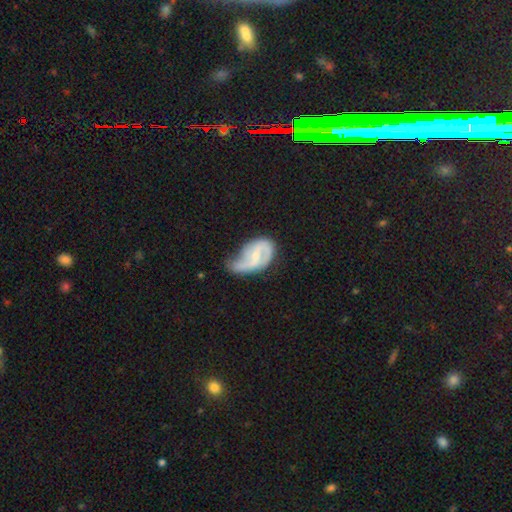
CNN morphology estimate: Smooth or featured? Predicted: featured or disk (p=0.70). Edge-on disk? Predicted: no (p=0.97). Bar? Predicted: weak (p=0.45). Spiral arms? Predicted: yes (p=0.84). Spiral winding? Predicted: loose (p=0.42). Spiral arm count? Predicted: 2 (p=0.65). Bulge size? Predicted: small (p=0.59). Merging? Predicted: minor disturbance (p=0.39).